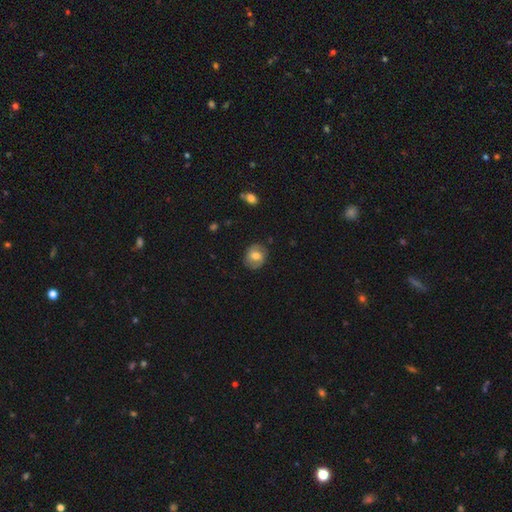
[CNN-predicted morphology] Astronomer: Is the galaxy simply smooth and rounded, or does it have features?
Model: smooth — 54% (runner-up: featured or disk, 38%).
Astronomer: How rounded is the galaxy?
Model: round — 68%.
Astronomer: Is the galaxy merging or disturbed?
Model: none — 82%.